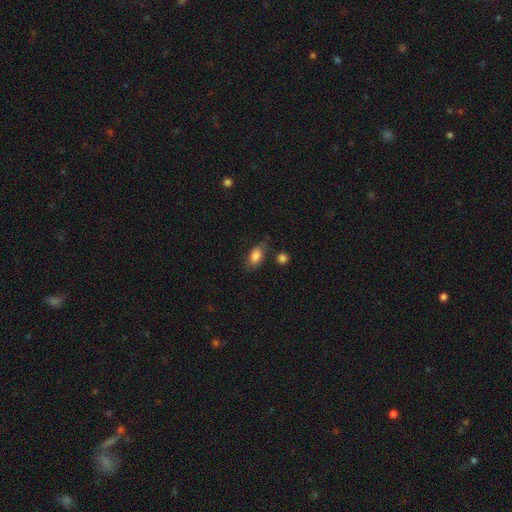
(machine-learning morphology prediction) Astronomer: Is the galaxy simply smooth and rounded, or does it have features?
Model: smooth — 82%.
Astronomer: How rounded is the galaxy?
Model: in between — 88%.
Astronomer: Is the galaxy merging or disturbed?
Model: none — 66%.